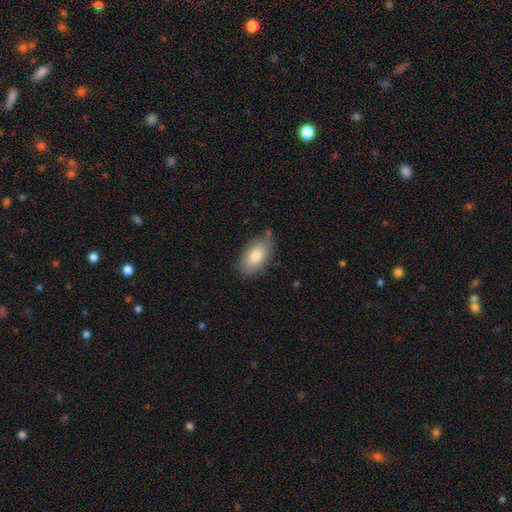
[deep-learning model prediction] smooth 80%, featured or disk 13%, star or artifact 7%. Down the decision tree: how rounded — in between (93%); merging — none (75%).